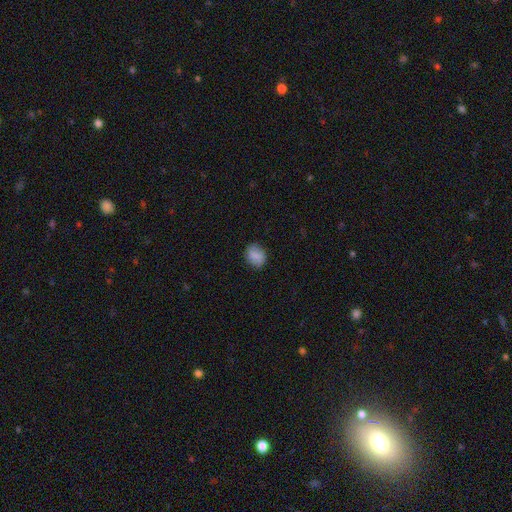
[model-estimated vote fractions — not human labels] A smooth galaxy with no disk features (85%) that is in between round and cigar-shaped (52%).

Vote fractions:
- Smooth or featured? smooth: 85% / star or artifact: 8% / featured or disk: 6%
- How rounded? in between: 52% / round: 46% / cigar-shaped: 1%
- Merging? none: 82% / minor disturbance: 14% / major disturbance: 3% / merger: 1%